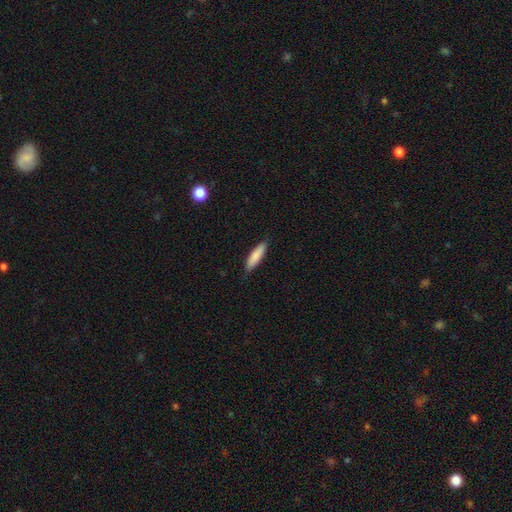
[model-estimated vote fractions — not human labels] This appears to be a smooth galaxy with no disk features (85%) that is cigar-shaped (65%). Merging: none (85%).